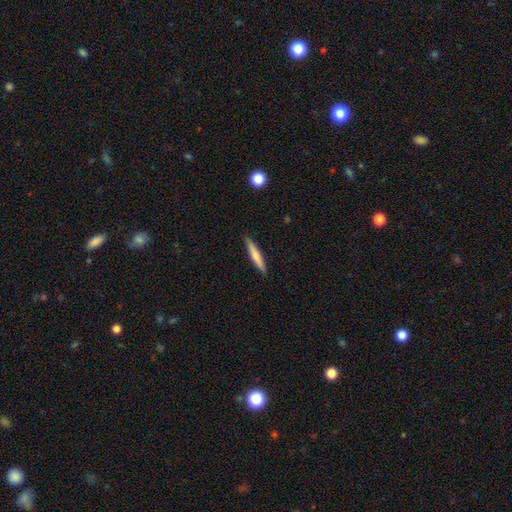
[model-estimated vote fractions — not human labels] This appears to be a smooth galaxy with no disk features (64%) that is cigar-shaped (92%). Merging: none (89%).